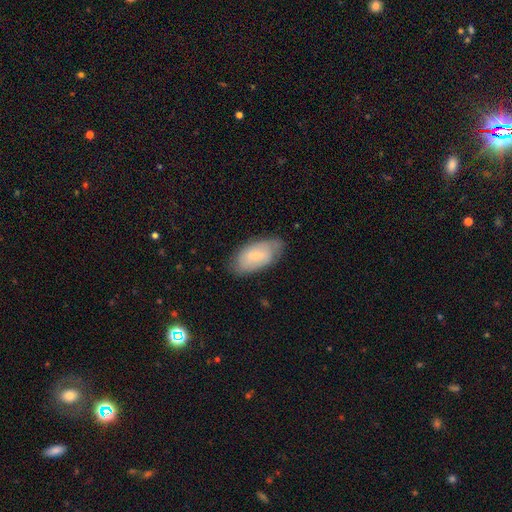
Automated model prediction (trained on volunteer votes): smooth-or-featured: smooth: 57% | featured or disk: 37% | star or artifact: 7%
  how-rounded: in between: 93% | cigar-shaped: 4% | round: 3%
  merging: none: 73% | minor disturbance: 21% | major disturbance: 5% | merger: 1%